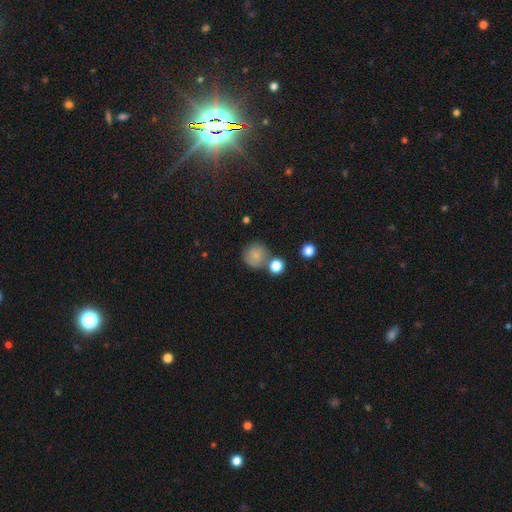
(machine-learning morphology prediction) smooth_or_featured: smooth (p=0.78) [alt: featured or disk p=0.11]
how_rounded: round (p=0.90) [alt: in between p=0.10]
merging: none (p=0.64) [alt: minor disturbance p=0.16]